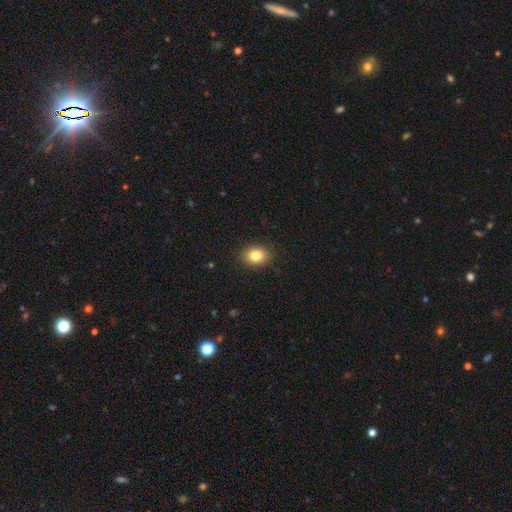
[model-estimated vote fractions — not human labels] smooth_or_featured: smooth (p=0.83) [alt: star or artifact p=0.10]
how_rounded: in between (p=0.55) [alt: round p=0.44]
merging: none (p=0.89) [alt: minor disturbance p=0.08]